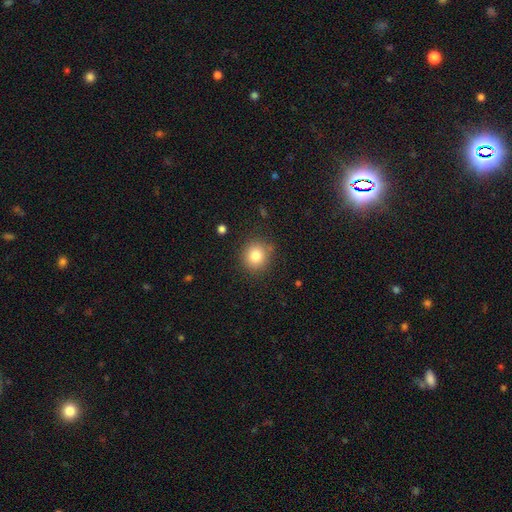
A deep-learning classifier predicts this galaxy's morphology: type=smooth (82%); roundness=round (87%); merging=none (85%).